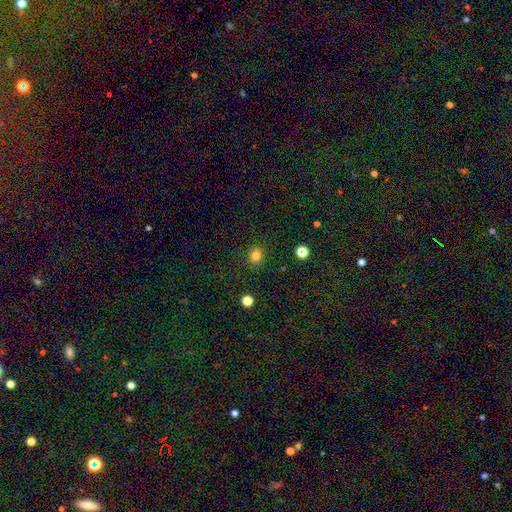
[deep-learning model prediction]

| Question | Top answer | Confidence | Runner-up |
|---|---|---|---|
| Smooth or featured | smooth | 81% | star or artifact (13%) |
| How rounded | round | 58% | in between (41%) |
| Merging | none | 87% | minor disturbance (9%) |